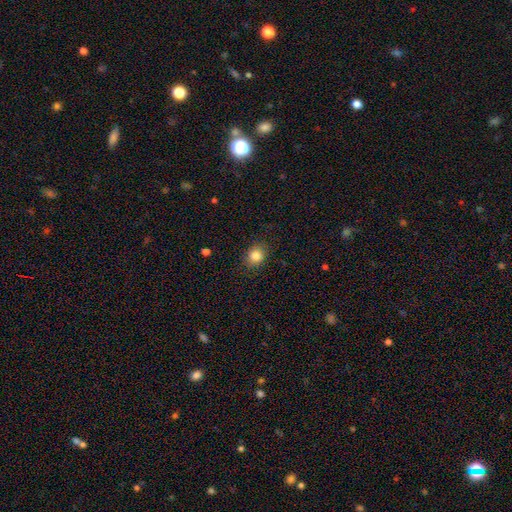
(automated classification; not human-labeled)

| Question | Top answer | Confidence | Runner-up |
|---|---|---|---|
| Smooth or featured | smooth | 84% | star or artifact (10%) |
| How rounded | round | 66% | in between (33%) |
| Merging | none | 86% | minor disturbance (10%) |